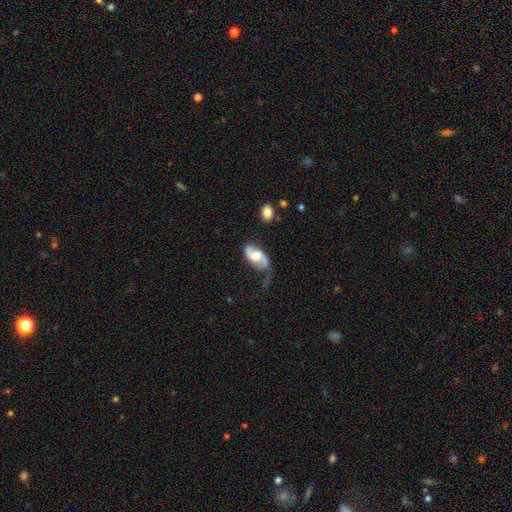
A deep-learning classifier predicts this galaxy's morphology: Q: Smooth or featured?
A: featured or disk (73%); runner-up: smooth (20%)
Q: Edge-on disk?
A: no (96%); runner-up: yes (4%)
Q: Bar?
A: no (46%); runner-up: weak (42%)
Q: Spiral arms?
A: yes (91%); runner-up: no (9%)
Q: Spiral winding?
A: loose (54%); runner-up: medium (34%)
Q: Spiral arm count?
A: 2 (88%); runner-up: 1 (5%)
Q: Bulge size?
A: moderate (43%); runner-up: large (33%)
Q: Merging?
A: none (46%); runner-up: minor disturbance (28%)